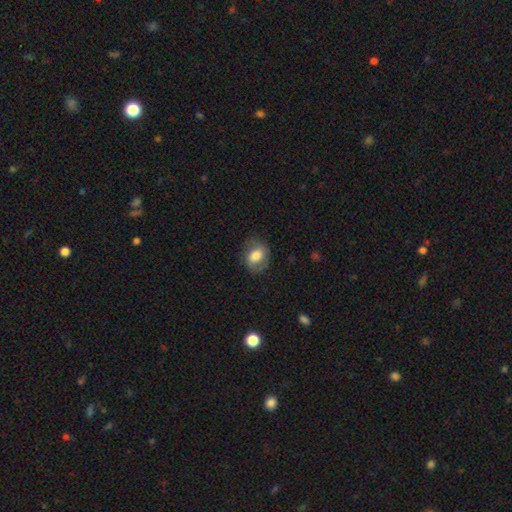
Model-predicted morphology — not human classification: Smooth or featured: smooth — 75% (featured or disk — 17%)
How rounded: in between — 68% (round — 30%)
Merging: none — 71% (minor disturbance — 20%)